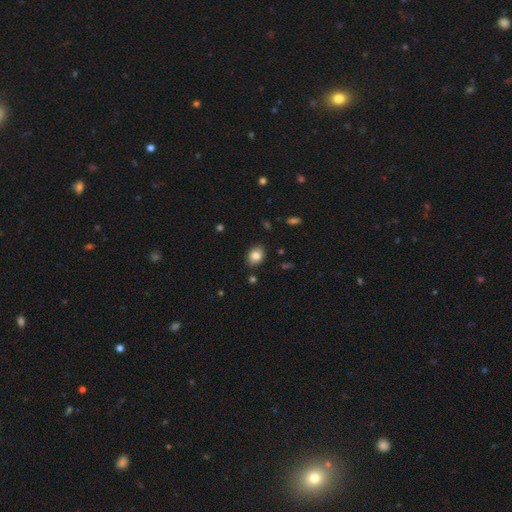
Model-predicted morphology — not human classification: Smooth or featured? Predicted: smooth (p=0.82). How rounded? Predicted: in between (p=0.61). Merging? Predicted: none (p=0.87).